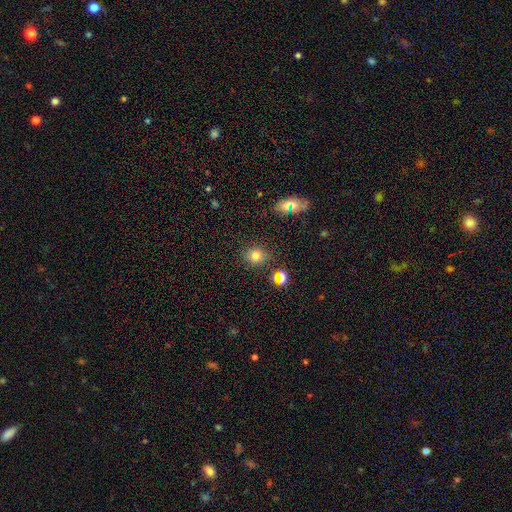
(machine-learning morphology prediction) The model was most divided on "how rounded": round: 75%, in between: 24%, cigar-shaped: 1%. More confident: merging — none (81%); smooth or featured — smooth (77%).